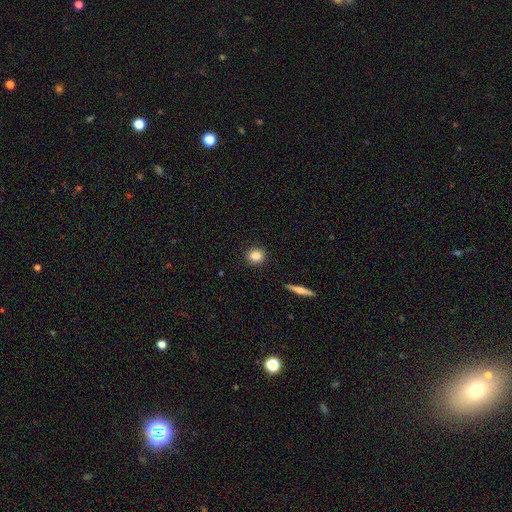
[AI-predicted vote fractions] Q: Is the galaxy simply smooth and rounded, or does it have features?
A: smooth — 85%.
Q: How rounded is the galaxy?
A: round — 80%.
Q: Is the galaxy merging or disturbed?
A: none — 91%.